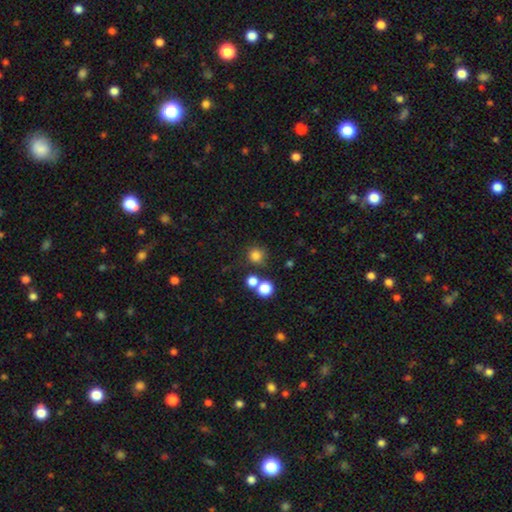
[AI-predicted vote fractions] Morphology: type=smooth (79%); roundness=round (93%); merging=none (77%).